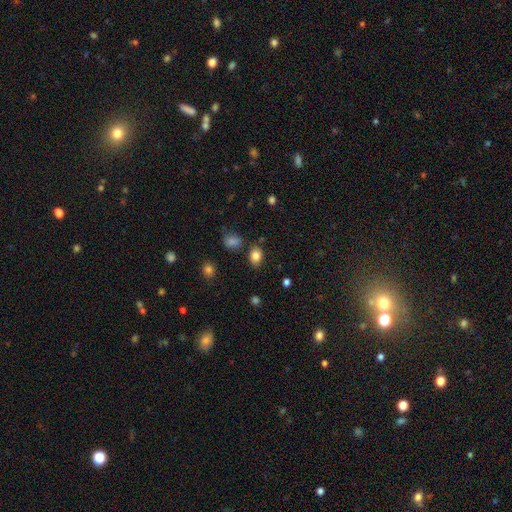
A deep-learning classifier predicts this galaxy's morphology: Smooth or featured: smooth — 84% (star or artifact — 11%)
How rounded: in between — 67% (round — 32%)
Merging: none — 79% (minor disturbance — 12%)